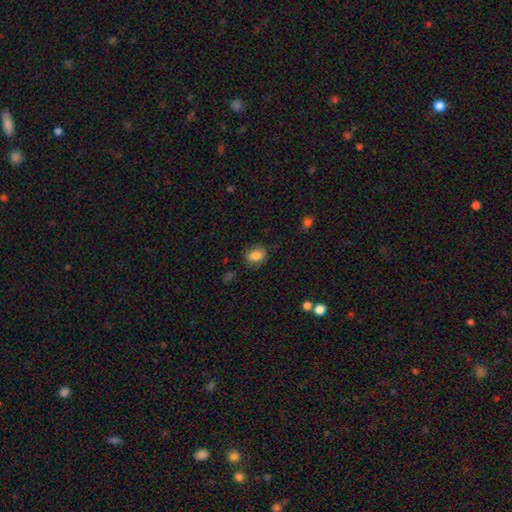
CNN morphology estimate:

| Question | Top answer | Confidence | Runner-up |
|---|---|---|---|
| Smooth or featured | smooth | 83% | featured or disk (9%) |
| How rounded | in between | 72% | round (27%) |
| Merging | none | 76% | minor disturbance (18%) |